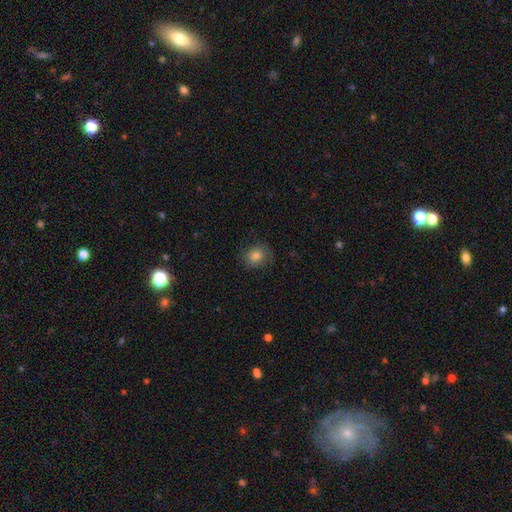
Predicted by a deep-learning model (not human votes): This is likely a smooth galaxy (76%). How rounded: likely round (75%). Merging: likely none (77%).